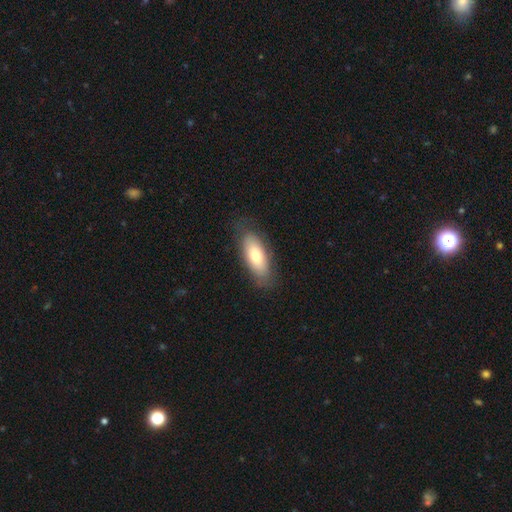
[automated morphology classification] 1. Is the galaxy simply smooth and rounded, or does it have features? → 73% smooth, 21% featured or disk, 6% star or artifact.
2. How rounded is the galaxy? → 78% in between, 19% cigar-shaped, 2% round.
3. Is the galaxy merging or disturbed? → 80% none, 15% minor disturbance, 4% major disturbance, 1% merger.